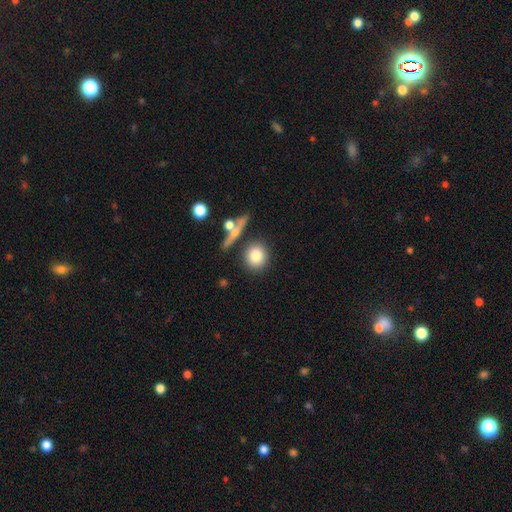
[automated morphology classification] A smooth galaxy with no disk features (79%) that is round (80%). Merging: none (77%).